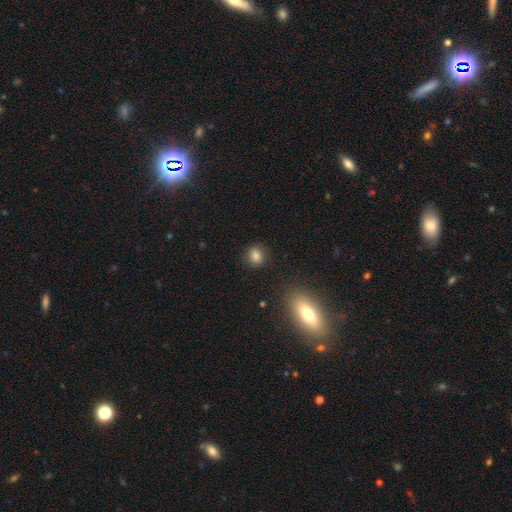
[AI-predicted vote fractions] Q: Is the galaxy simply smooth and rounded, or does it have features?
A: smooth — 82%.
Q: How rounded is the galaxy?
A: round — 66%.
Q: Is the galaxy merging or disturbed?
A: none — 86%.